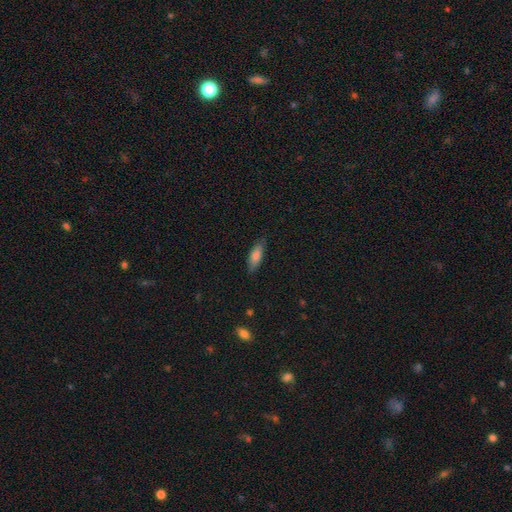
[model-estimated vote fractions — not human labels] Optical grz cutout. It shows a smooth galaxy with no disk features (79%) that is in between round and cigar-shaped (63%). Merging: none (81%).